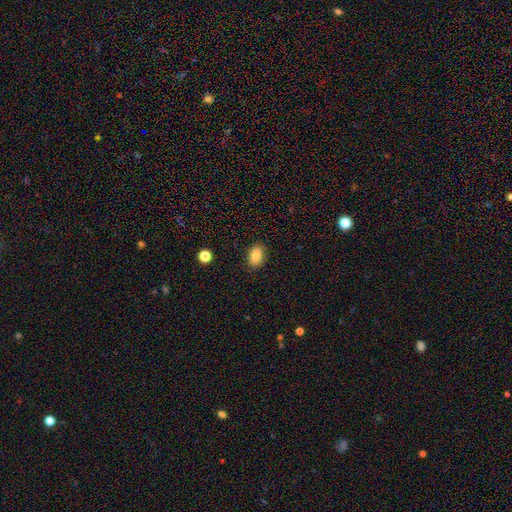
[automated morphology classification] Smooth or featured? Predicted: smooth (p=0.81). How rounded? Predicted: in between (p=0.80). Merging? Predicted: none (p=0.86).